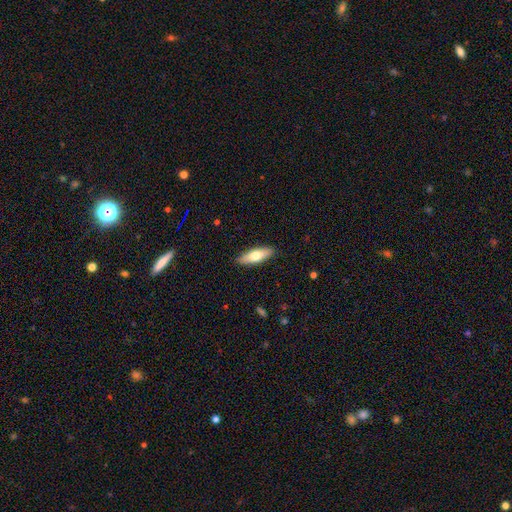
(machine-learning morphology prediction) smooth 68%, featured or disk 26%, star or artifact 6%. Down the decision tree: how rounded — in between (52%); merging — none (90%).